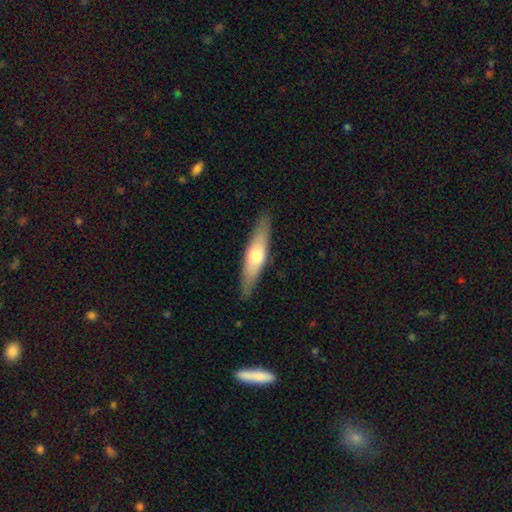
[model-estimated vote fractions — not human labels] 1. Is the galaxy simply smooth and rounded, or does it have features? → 51% smooth, 44% featured or disk, 5% star or artifact.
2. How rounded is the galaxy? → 76% cigar-shaped, 22% in between, 2% round.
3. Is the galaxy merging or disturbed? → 88% none, 9% minor disturbance, 2% major disturbance, 1% merger.